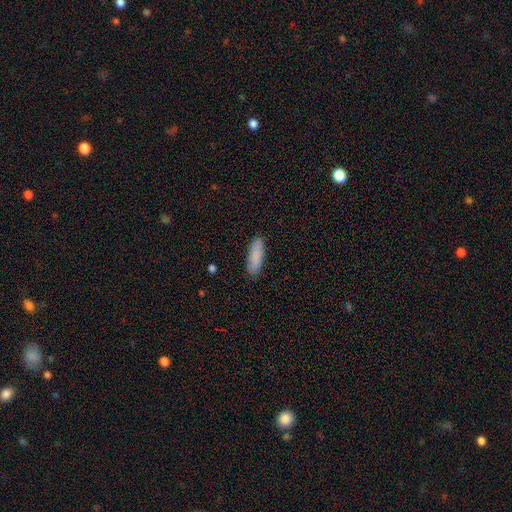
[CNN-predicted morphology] Smooth or featured? smooth (88%)
How rounded? cigar-shaped (53%)
Merging? none (88%)